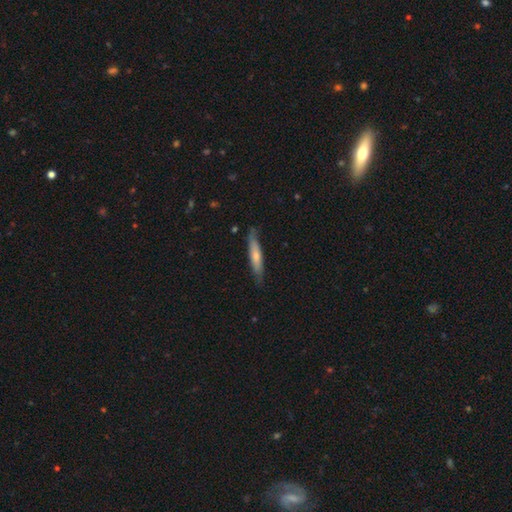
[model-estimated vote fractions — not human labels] Smooth or featured? Predicted: smooth (p=0.61). How rounded? Predicted: cigar-shaped (p=0.87). Merging? Predicted: none (p=0.78).